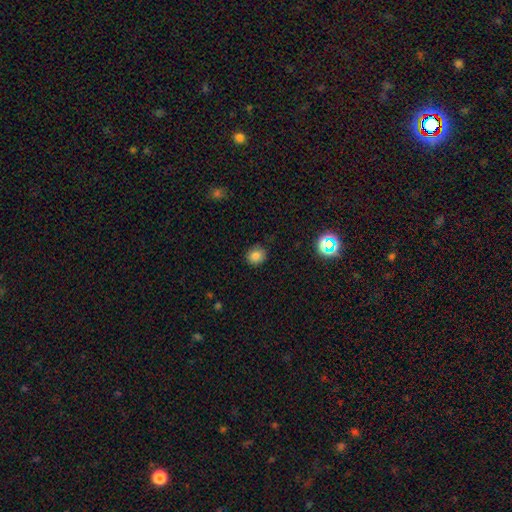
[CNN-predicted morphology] Smooth or featured? smooth (80%)
How rounded? round (78%)
Merging? none (85%)